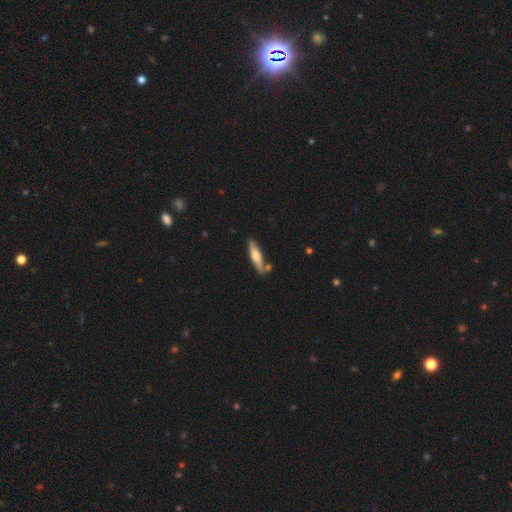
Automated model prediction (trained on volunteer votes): This appears to be a smooth galaxy with no disk features (56%) that is cigar-shaped (75%). Merging: none (78%).